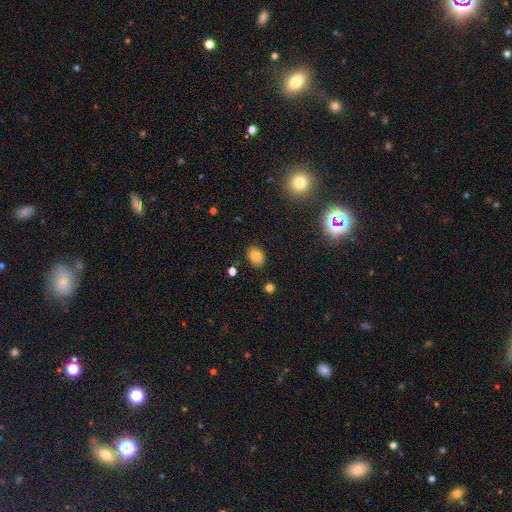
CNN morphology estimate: The model was most divided on "how rounded": in between: 64%, round: 34%, cigar-shaped: 1%. More confident: smooth or featured — smooth (75%); merging — none (72%).